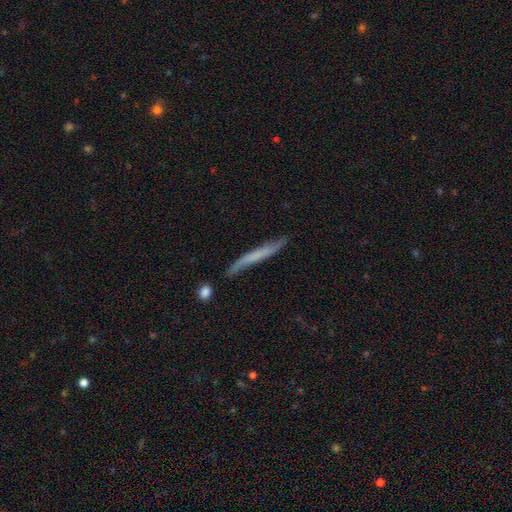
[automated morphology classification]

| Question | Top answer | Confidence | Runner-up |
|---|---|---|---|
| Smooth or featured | featured or disk | 47% | smooth (46%) |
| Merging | none | 73% | minor disturbance (20%) |